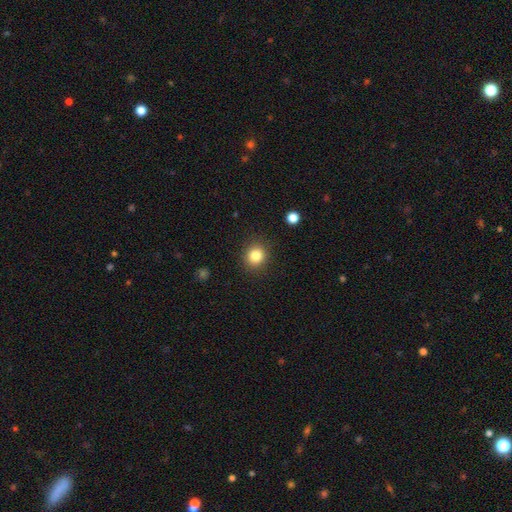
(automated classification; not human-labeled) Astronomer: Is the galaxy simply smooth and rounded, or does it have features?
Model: smooth — 83%.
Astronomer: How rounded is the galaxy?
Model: round — 84%.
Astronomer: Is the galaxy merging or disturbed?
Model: none — 89%.